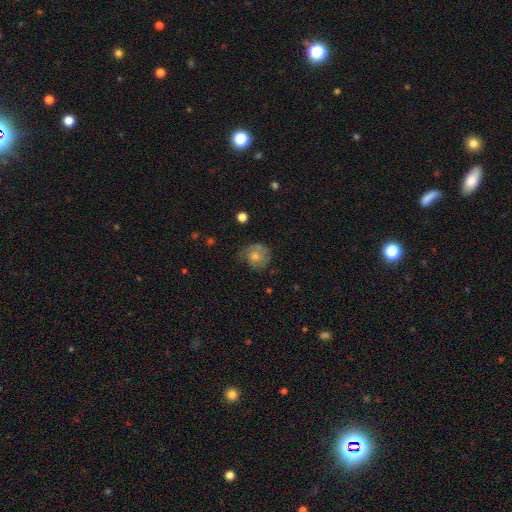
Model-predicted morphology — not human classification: type=smooth (59%); roundness=round (78%); merging=none (53%).